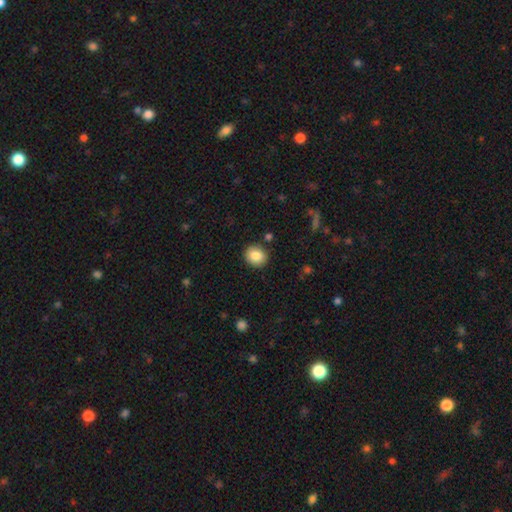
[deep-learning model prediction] A smooth galaxy with no disk features (86%) that is round (77%).

Vote fractions:
- Smooth or featured? smooth: 86% / star or artifact: 8% / featured or disk: 6%
- How rounded? round: 77% / in between: 23% / cigar-shaped: 1%
- Merging? none: 88% / minor disturbance: 8% / major disturbance: 2% / merger: 2%